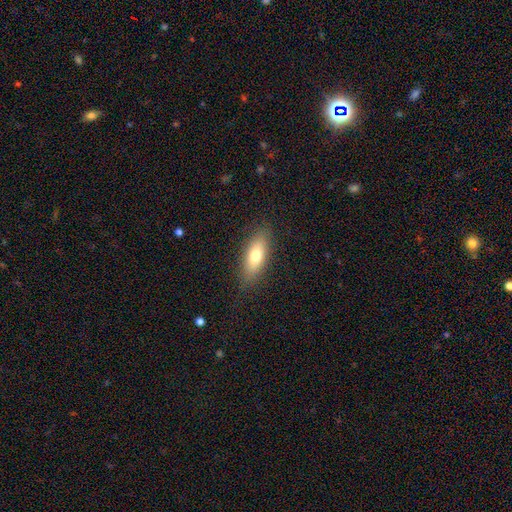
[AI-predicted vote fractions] smooth_or_featured: smooth (p=0.72) [alt: featured or disk p=0.21]
how_rounded: in between (p=0.66) [alt: cigar-shaped p=0.31]
merging: none (p=0.87) [alt: minor disturbance p=0.10]